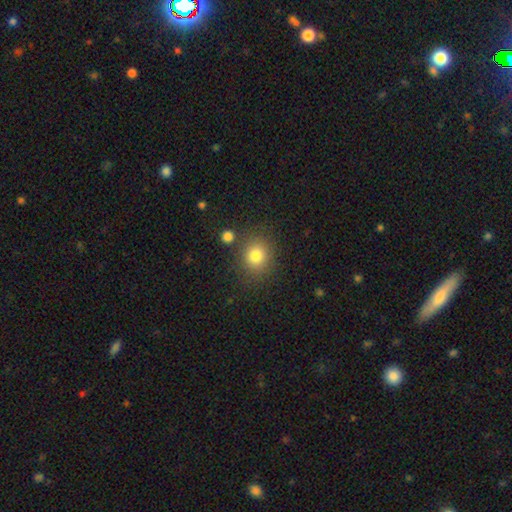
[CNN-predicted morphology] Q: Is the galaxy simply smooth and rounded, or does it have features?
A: smooth — 81%.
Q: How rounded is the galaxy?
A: round — 77%.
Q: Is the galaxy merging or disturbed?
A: none — 79%.